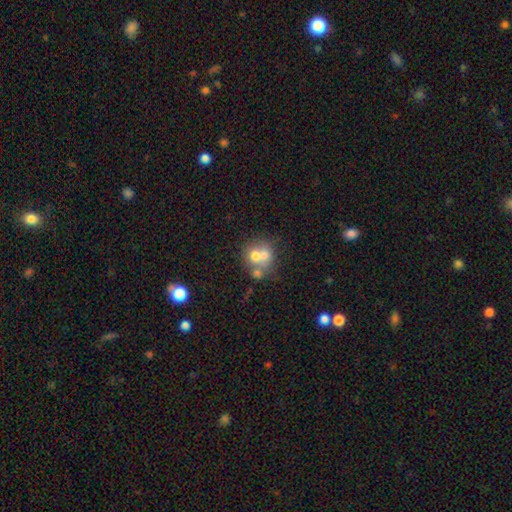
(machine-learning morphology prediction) The model was most divided on "merging": merger: 57%, none: 30%, minor disturbance: 8%, major disturbance: 5%. More confident: how rounded — round (74%); smooth or featured — smooth (62%).